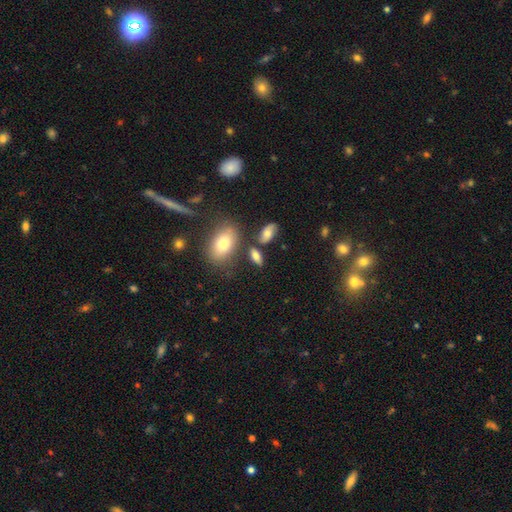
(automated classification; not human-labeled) A smooth galaxy with no disk features (74%) that is in between round and cigar-shaped (80%).

Vote fractions:
- Smooth or featured? smooth: 74% / featured or disk: 15% / star or artifact: 10%
- How rounded? in between: 80% / cigar-shaped: 12% / round: 7%
- Merging? none: 68% / minor disturbance: 14% / merger: 13% / major disturbance: 5%